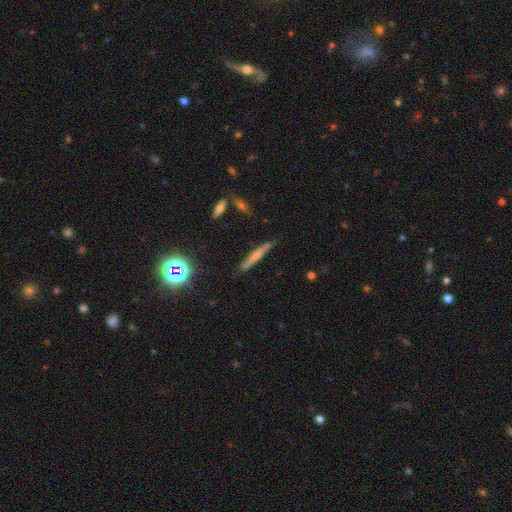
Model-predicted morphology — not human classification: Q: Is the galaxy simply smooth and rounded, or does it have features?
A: smooth — 51%.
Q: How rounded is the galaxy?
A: cigar-shaped — 92%.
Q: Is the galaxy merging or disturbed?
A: none — 75%.